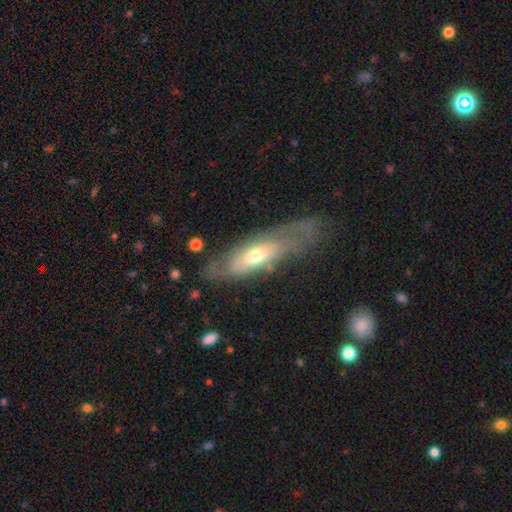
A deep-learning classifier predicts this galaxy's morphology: Smooth or featured? Predicted: featured or disk (p=0.54). Edge-on disk? Predicted: no (p=0.65). Merging? Predicted: none (p=0.58).